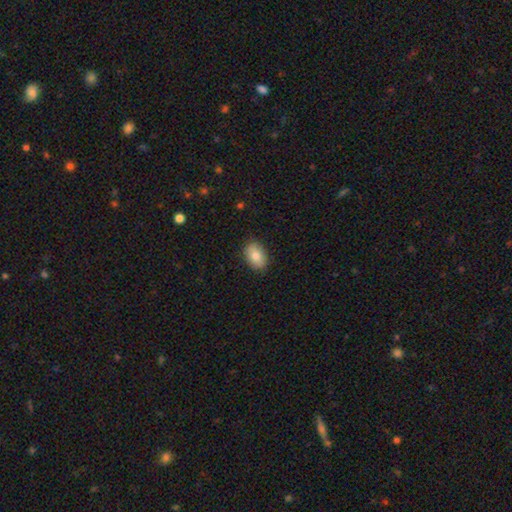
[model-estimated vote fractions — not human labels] Smooth or featured? Predicted: smooth (p=0.81). How rounded? Predicted: in between (p=0.87). Merging? Predicted: none (p=0.87).